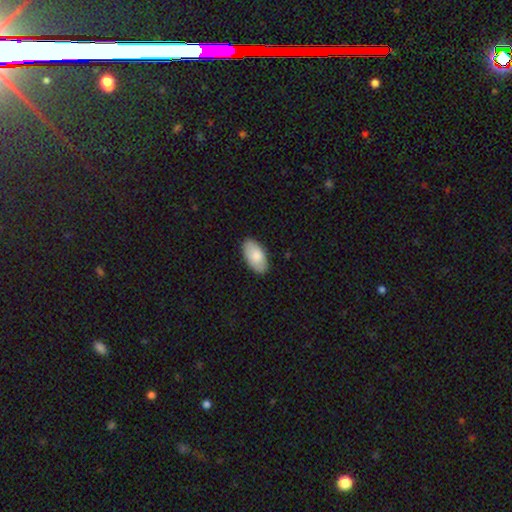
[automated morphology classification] Smooth or featured? Predicted: smooth (p=0.83). How rounded? Predicted: in between (p=0.96). Merging? Predicted: none (p=0.86).